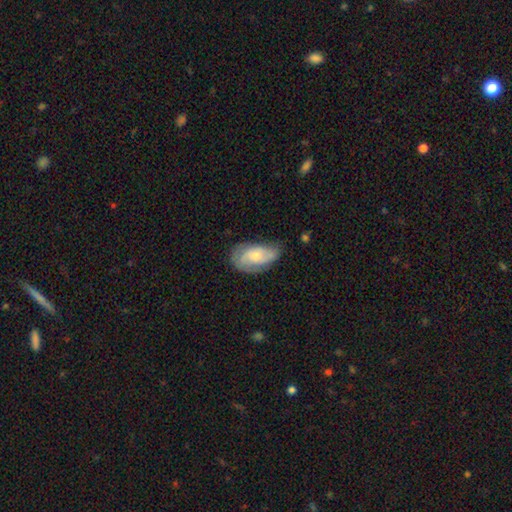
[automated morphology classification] This is possibly a featured or disk galaxy (54%). It is clearly not viewed edge-on (95%). Bar: likely no (73%). Spiral arm pattern: clearly yes (82%). Central bulge: possibly small (56%). Merging: possibly none (60%).